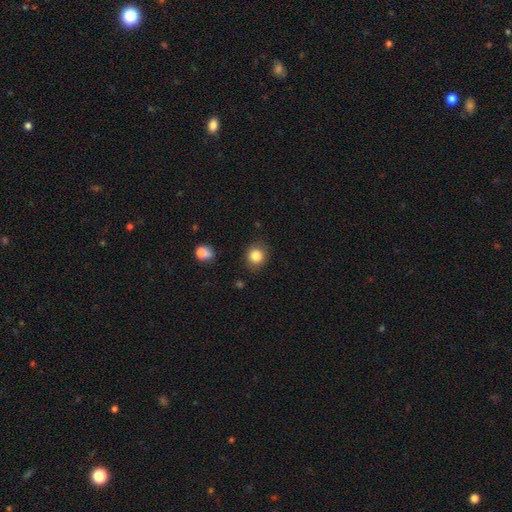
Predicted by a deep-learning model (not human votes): smooth-or-featured: smooth: 85% | star or artifact: 10% | featured or disk: 5%
  how-rounded: round: 83% | in between: 16% | cigar-shaped: 1%
  merging: none: 85% | minor disturbance: 10% | major disturbance: 3% | merger: 2%